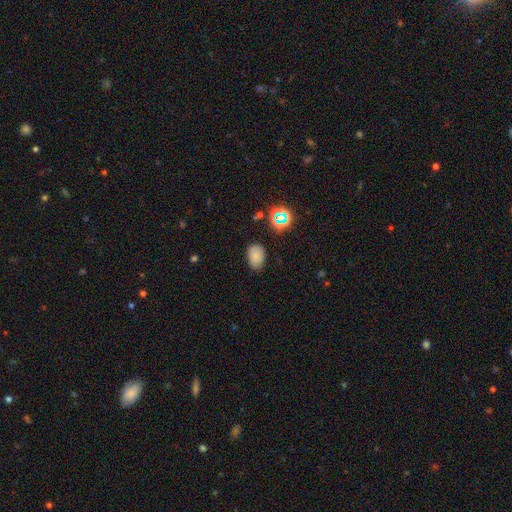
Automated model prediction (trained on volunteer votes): Morphology: type=smooth (78%); roundness=in between (83%); merging=none (79%).